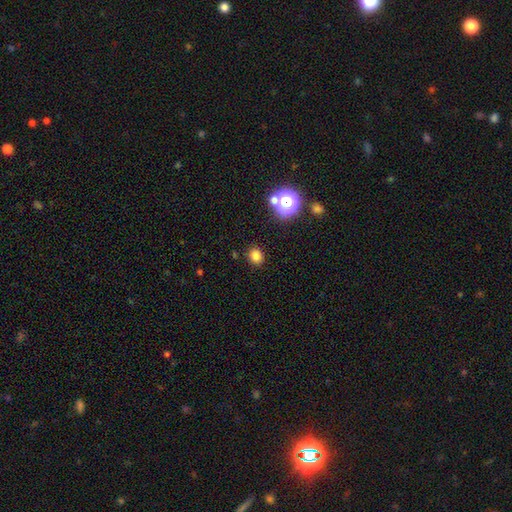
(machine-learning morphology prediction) type=smooth (79%); roundness=round (68%); merging=none (88%).